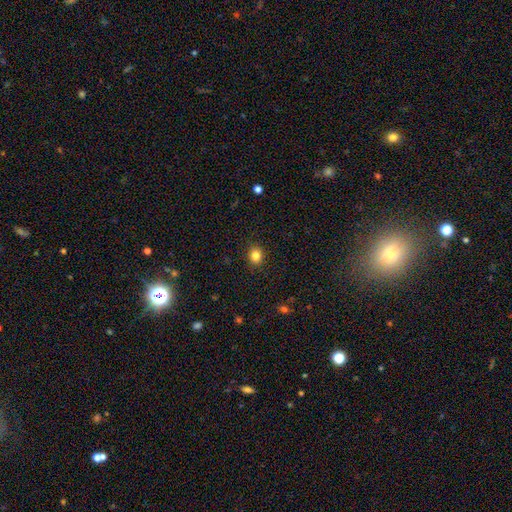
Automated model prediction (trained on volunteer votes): A smooth galaxy with no disk features (83%) that is round (75%).

Vote fractions:
- Smooth or featured? smooth: 83% / star or artifact: 12% / featured or disk: 5%
- How rounded? round: 75% / in between: 24% / cigar-shaped: 1%
- Merging? none: 90% / minor disturbance: 7% / major disturbance: 2% / merger: 1%